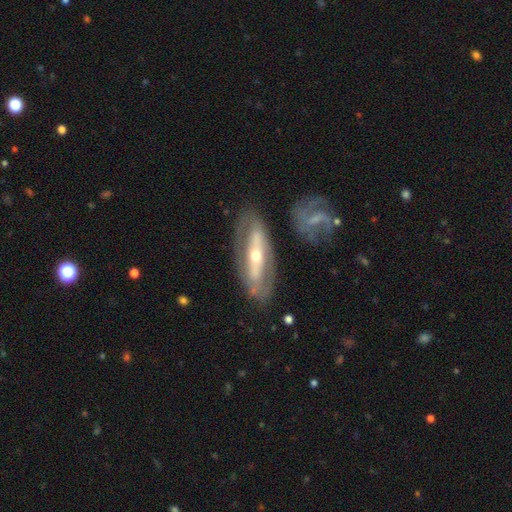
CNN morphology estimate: This is likely a featured or disk galaxy (76%). It is likely not viewed edge-on (76%). Bar: marginally strong (45%). Spiral arm pattern: possibly yes (54%). Central bulge: possibly moderate (57%). Merging: likely none (77%).